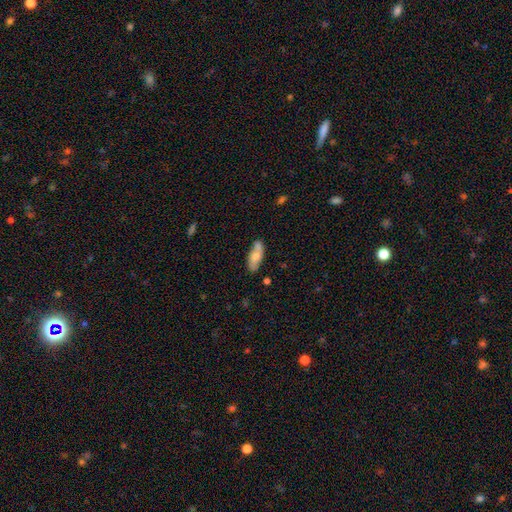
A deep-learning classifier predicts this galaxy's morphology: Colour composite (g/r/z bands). It shows a smooth galaxy with no disk features (66%) that is in between round and cigar-shaped (70%). Merging: none (65%).